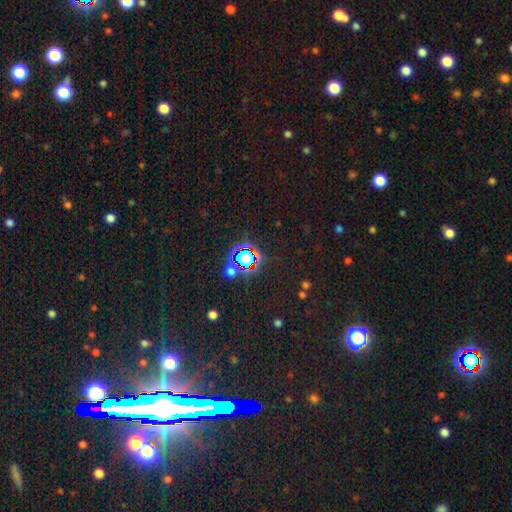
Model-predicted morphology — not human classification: smooth-or-featured: star or artifact: 75% | smooth: 17% | featured or disk: 8%